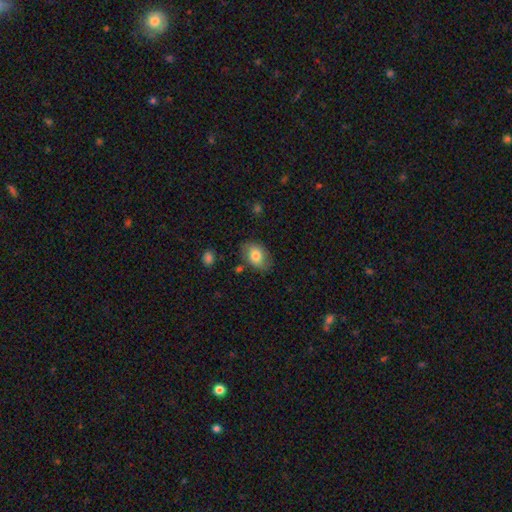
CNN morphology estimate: This appears to be a smooth galaxy with no disk features (77%) that is in between round and cigar-shaped (82%). Merging: none (76%).